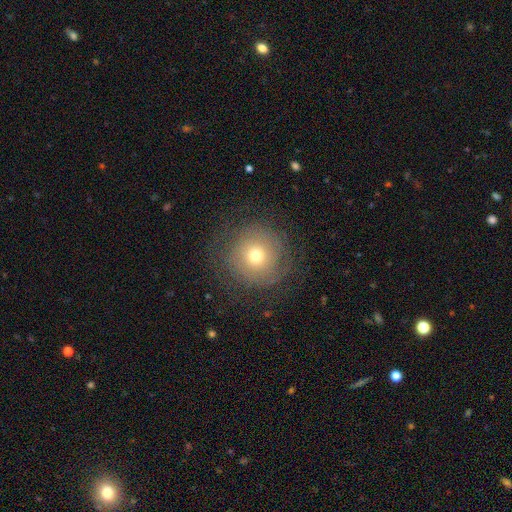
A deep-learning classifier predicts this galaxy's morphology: A smooth galaxy with no disk features (54%) that is round (94%).

Vote fractions:
- Smooth or featured? smooth: 54% / featured or disk: 33% / star or artifact: 13%
- How rounded? round: 94% / in between: 5% / cigar-shaped: 1%
- Merging? none: 74% / minor disturbance: 14% / major disturbance: 11% / merger: 1%